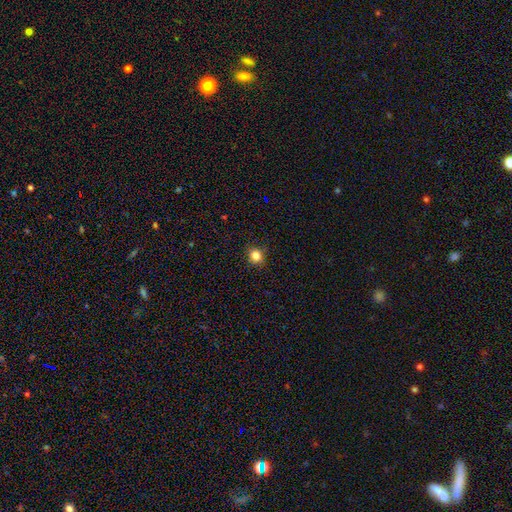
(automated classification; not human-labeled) This appears to be a smooth galaxy with no disk features (82%) that is round (82%). Merging: none (90%).